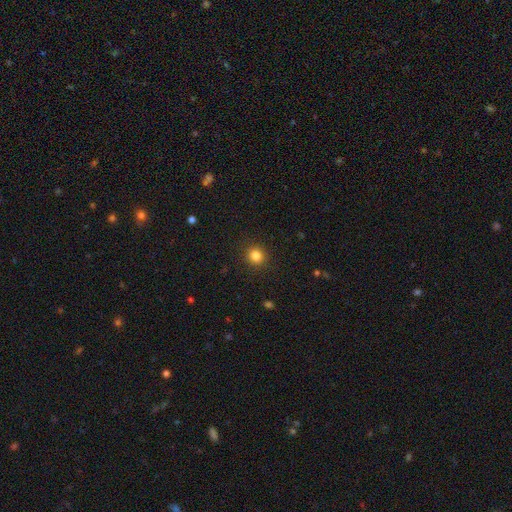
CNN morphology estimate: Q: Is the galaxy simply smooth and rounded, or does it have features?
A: smooth — 83%.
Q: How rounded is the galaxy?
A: round — 91%.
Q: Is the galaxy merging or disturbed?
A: none — 91%.